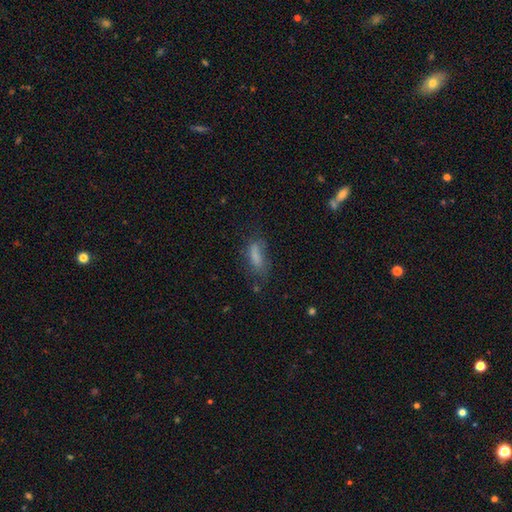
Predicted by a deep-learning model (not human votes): smooth 74%, featured or disk 15%, star or artifact 11%. Down the decision tree: how rounded — in between (62%); merging — none (50%).